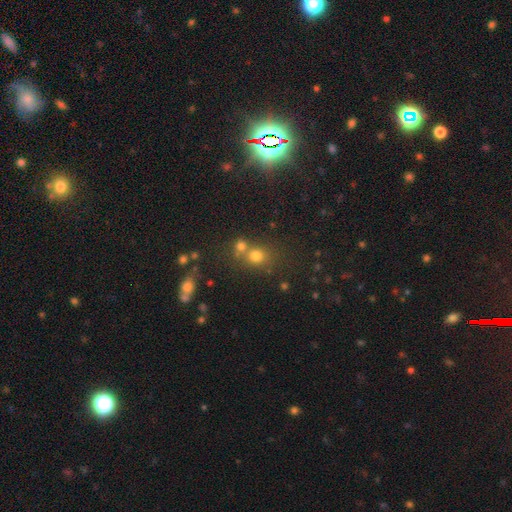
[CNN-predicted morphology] Q: Smooth or featured?
A: smooth (72%); runner-up: star or artifact (19%)
Q: How rounded?
A: round (81%); runner-up: in between (18%)
Q: Merging?
A: none (52%); runner-up: merger (36%)